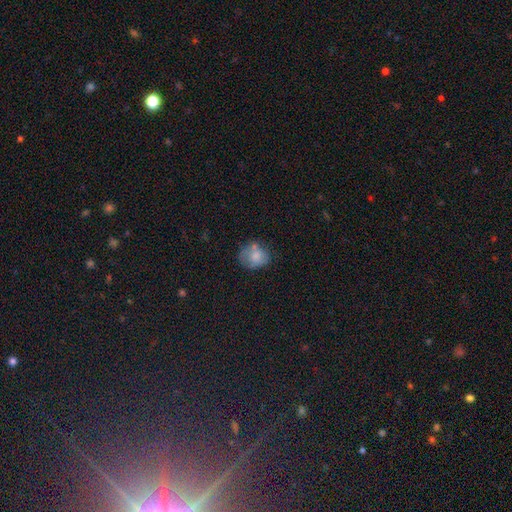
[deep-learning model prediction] A smooth galaxy with no disk features (72%) that is round (59%). Merging: none (51%).